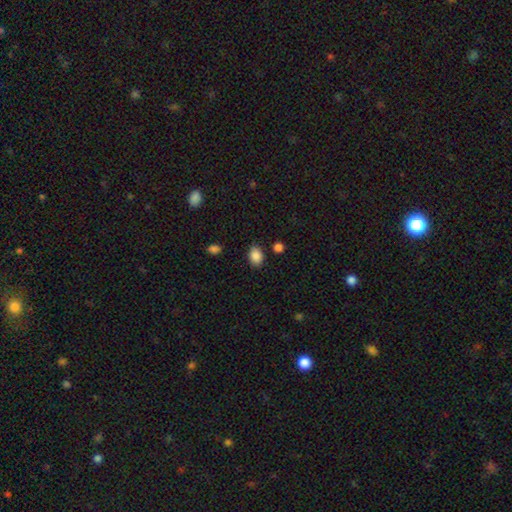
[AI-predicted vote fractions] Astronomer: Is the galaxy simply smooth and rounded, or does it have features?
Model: smooth — 88%.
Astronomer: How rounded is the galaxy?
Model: in between — 71%.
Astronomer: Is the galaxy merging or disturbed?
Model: none — 80%.